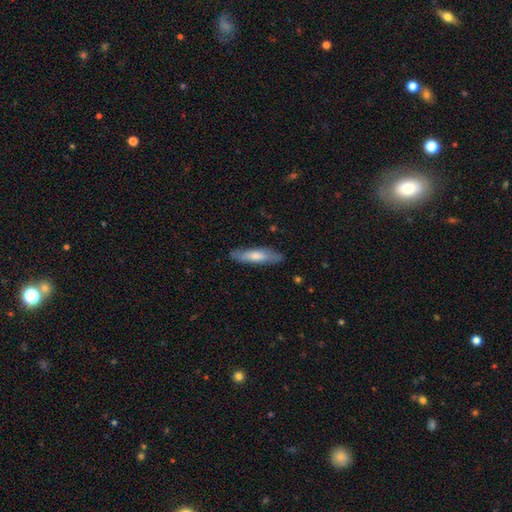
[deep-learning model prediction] This is likely a smooth galaxy (61%). How rounded: likely cigar-shaped (78%). Merging: clearly none (85%).